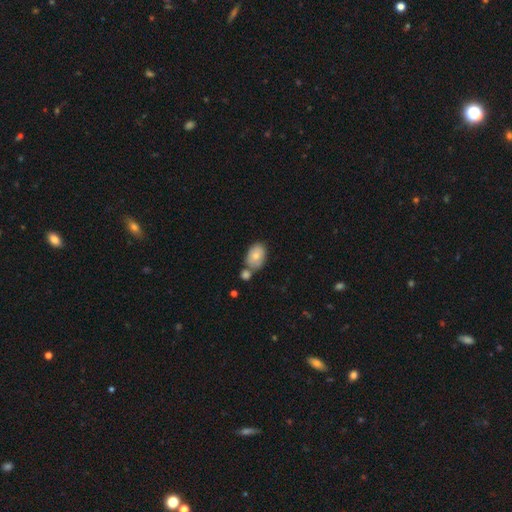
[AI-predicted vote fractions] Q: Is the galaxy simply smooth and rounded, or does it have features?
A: smooth — 74%.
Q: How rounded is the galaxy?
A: in between — 80%.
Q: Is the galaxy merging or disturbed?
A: none — 49%.